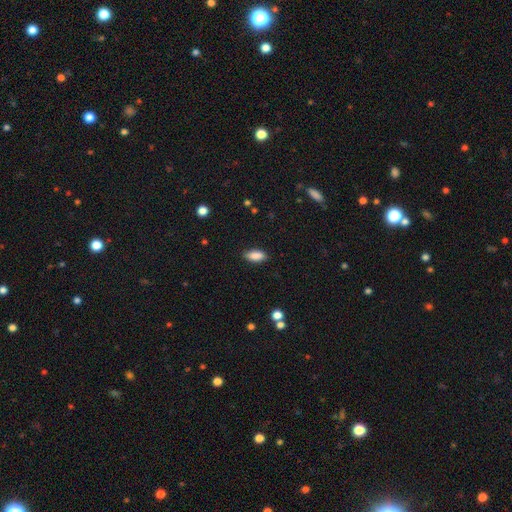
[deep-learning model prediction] Smooth or featured? Predicted: smooth (p=0.87). How rounded? Predicted: in between (p=0.85). Merging? Predicted: none (p=0.87).